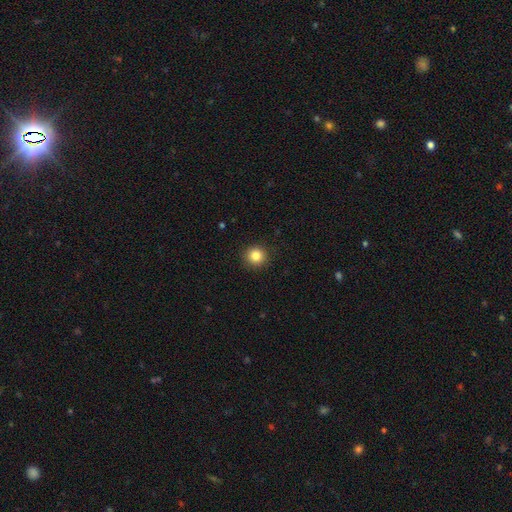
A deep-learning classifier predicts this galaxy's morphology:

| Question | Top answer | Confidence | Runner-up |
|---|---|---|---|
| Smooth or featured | smooth | 84% | star or artifact (11%) |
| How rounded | round | 94% | in between (5%) |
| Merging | none | 91% | minor disturbance (6%) |